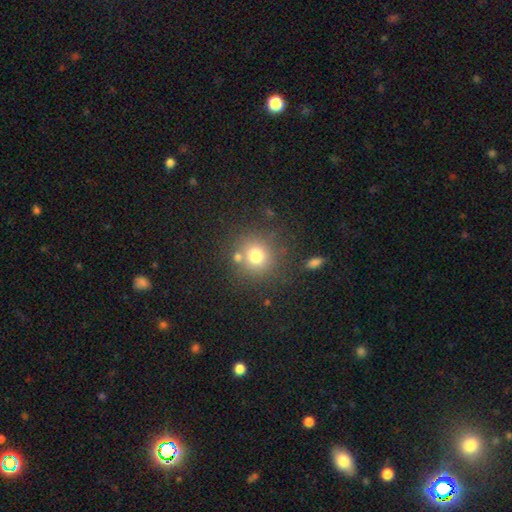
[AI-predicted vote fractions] Smooth or featured: smooth — 63% (star or artifact — 28%)
How rounded: round — 93% (in between — 6%)
Merging: none — 81% (merger — 8%)